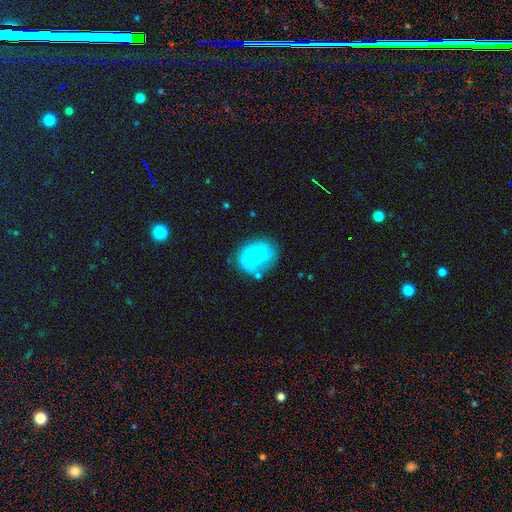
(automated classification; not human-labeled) This is likely a smooth galaxy (67%). How rounded: possibly in between (51%). Merging: possibly none (53%).